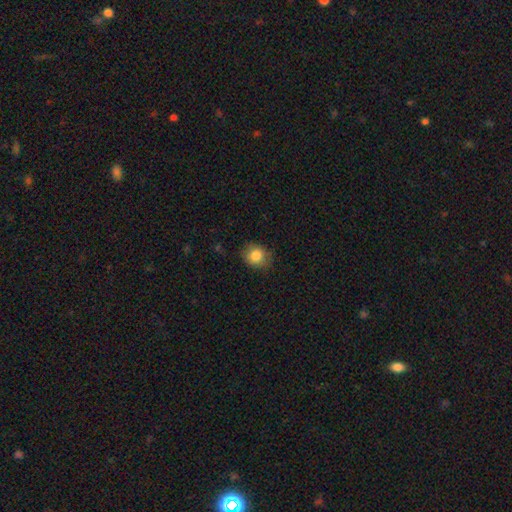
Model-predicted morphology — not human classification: Overall: smooth (84%). How rounded: round (70%). Merging: none (82%).